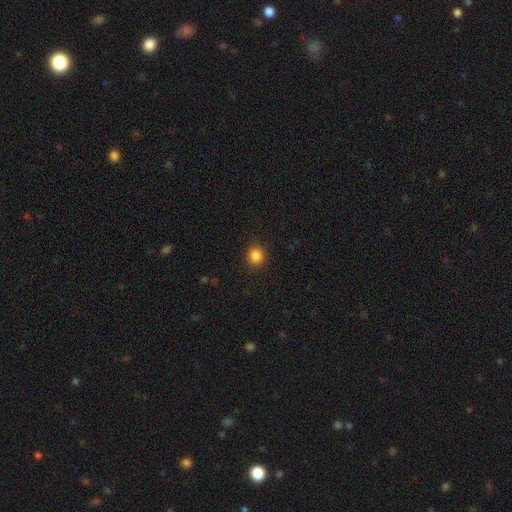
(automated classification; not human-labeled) The model was most divided on "smooth or featured": smooth: 85%, star or artifact: 11%, featured or disk: 4%. More confident: merging — none (91%); how rounded — round (89%).